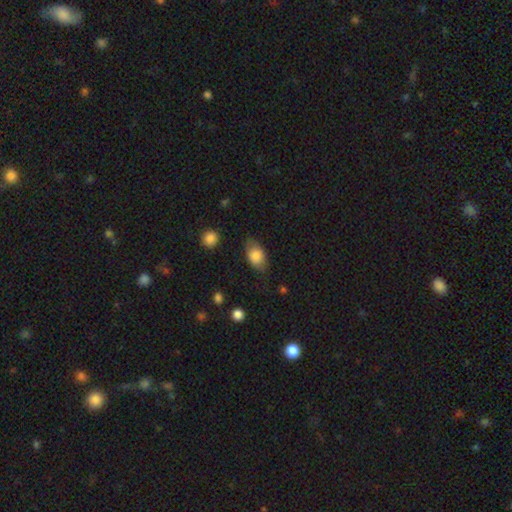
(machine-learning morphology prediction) Smooth or featured: smooth — 80% (featured or disk — 13%)
How rounded: in between — 84% (round — 14%)
Merging: none — 70% (minor disturbance — 22%)